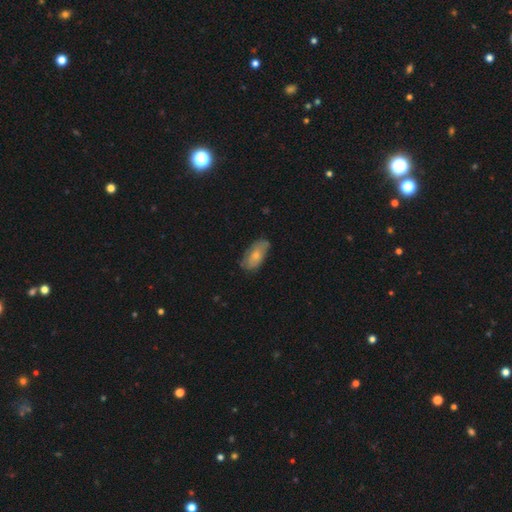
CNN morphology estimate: This is likely a smooth galaxy (65%). How rounded: clearly in between (92%). Merging: likely none (61%).